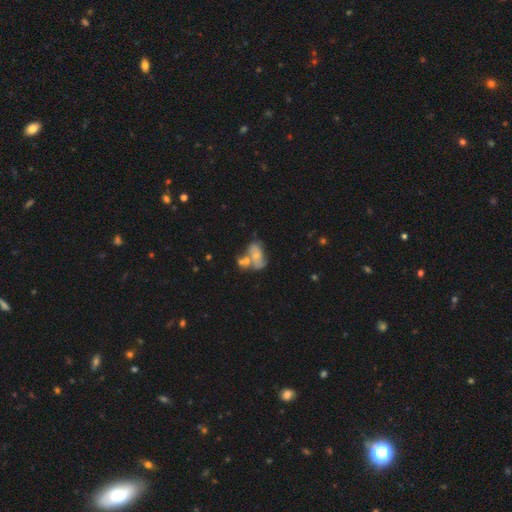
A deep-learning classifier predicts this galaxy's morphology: A smooth galaxy with no disk features (52%) that is in between round and cigar-shaped (87%). Merging: merger (50%).